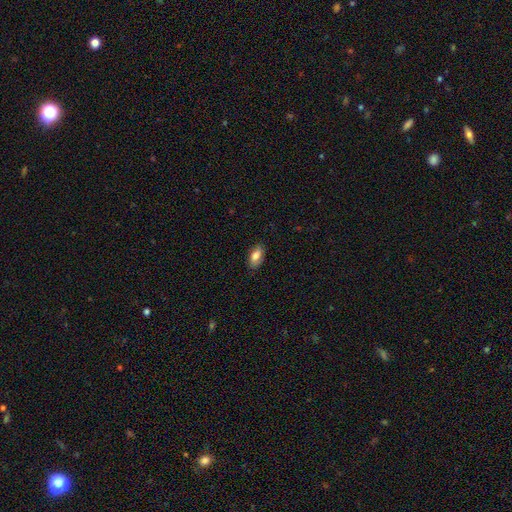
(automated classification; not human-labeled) Q: Smooth or featured?
A: smooth (81%); runner-up: featured or disk (12%)
Q: How rounded?
A: in between (90%); runner-up: cigar-shaped (6%)
Q: Merging?
A: none (84%); runner-up: minor disturbance (12%)